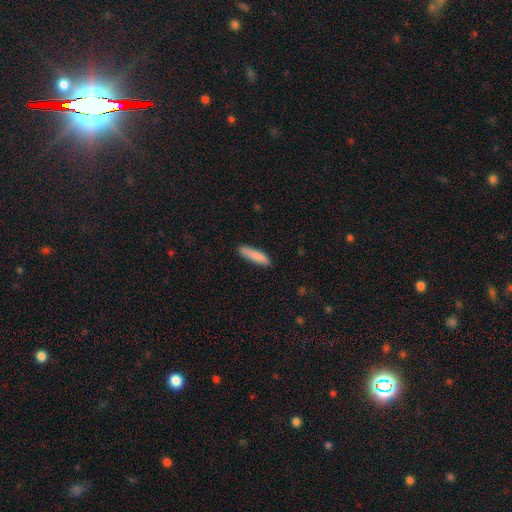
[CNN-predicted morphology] Q: Smooth or featured?
A: smooth (85%); runner-up: featured or disk (9%)
Q: How rounded?
A: cigar-shaped (73%); runner-up: in between (25%)
Q: Merging?
A: none (83%); runner-up: minor disturbance (13%)